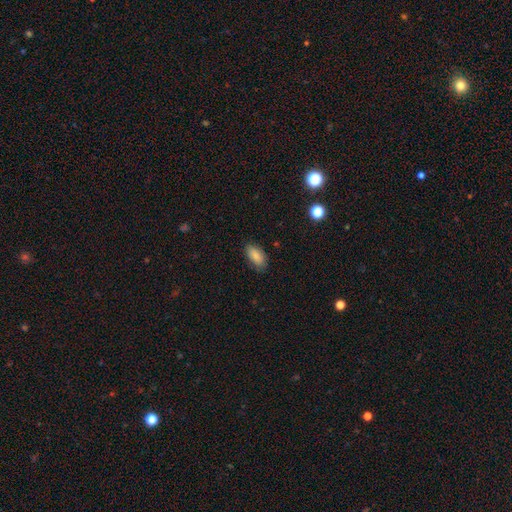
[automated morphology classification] type=smooth (84%); roundness=in between (92%); merging=none (79%).